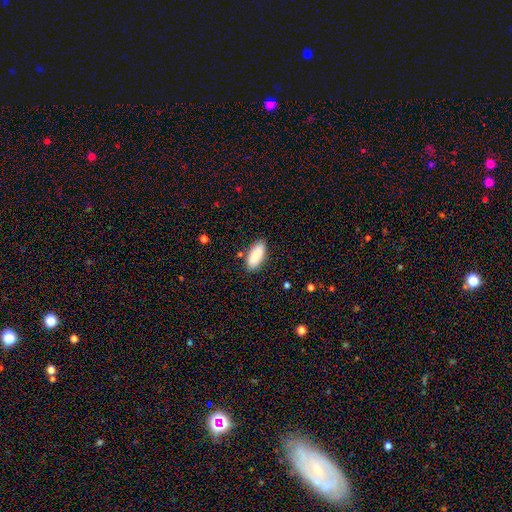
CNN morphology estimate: smooth_or_featured: smooth (p=0.82) [alt: featured or disk p=0.11]
how_rounded: in between (p=0.89) [alt: cigar-shaped p=0.09]
merging: none (p=0.84) [alt: minor disturbance p=0.11]